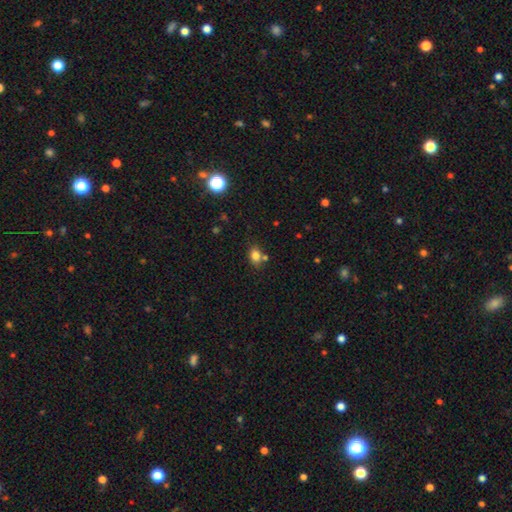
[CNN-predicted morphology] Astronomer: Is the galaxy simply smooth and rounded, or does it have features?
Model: smooth — 80%.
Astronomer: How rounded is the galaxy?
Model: in between — 61% (runner-up: round, 38%).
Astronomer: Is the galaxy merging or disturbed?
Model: none — 66%.